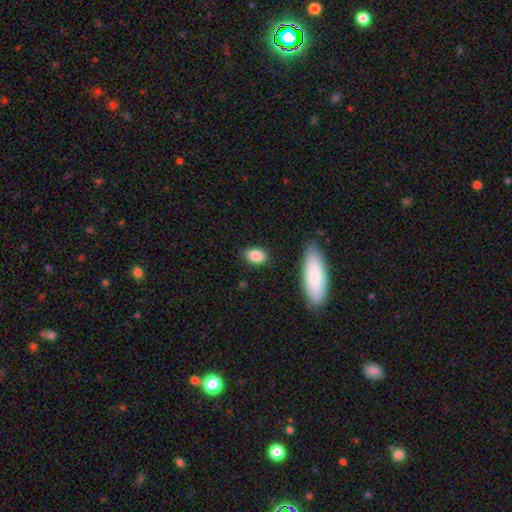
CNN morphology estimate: type=smooth (87%); roundness=in between (82%); merging=none (81%).